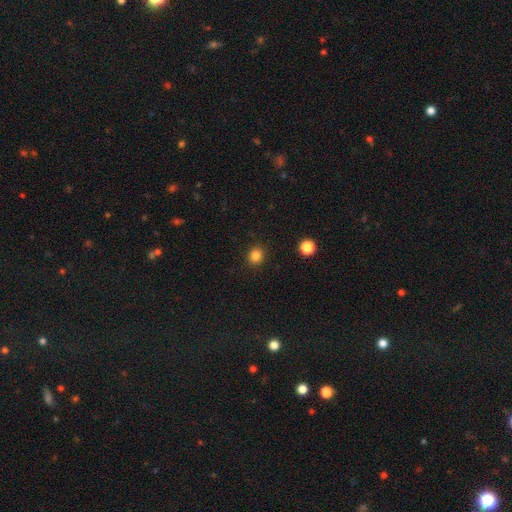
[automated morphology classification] smooth-or-featured: smooth: 84% | star or artifact: 12% | featured or disk: 4%
  how-rounded: round: 89% | in between: 11% | cigar-shaped: 1%
  merging: none: 92% | minor disturbance: 5% | major disturbance: 2% | merger: 1%